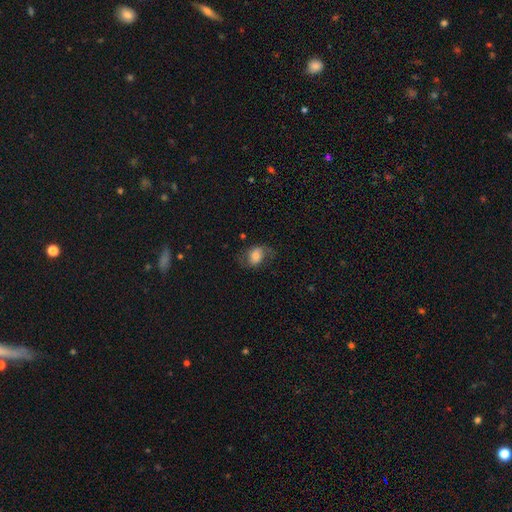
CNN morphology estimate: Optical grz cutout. It shows a smooth galaxy with no disk features (52%) that is in between round and cigar-shaped (63%). Merging: none (60%).